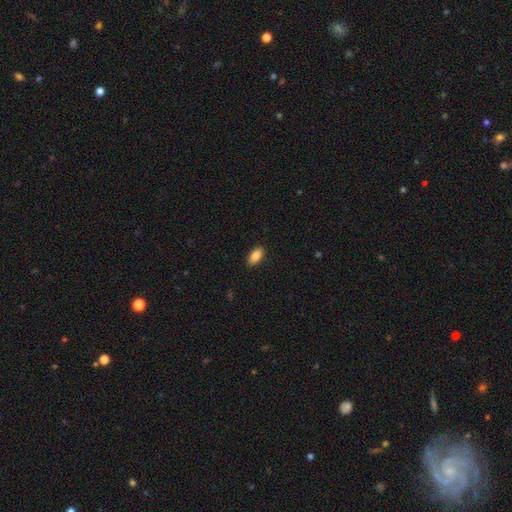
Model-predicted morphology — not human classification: type=smooth (87%); roundness=in between (91%); merging=none (90%).